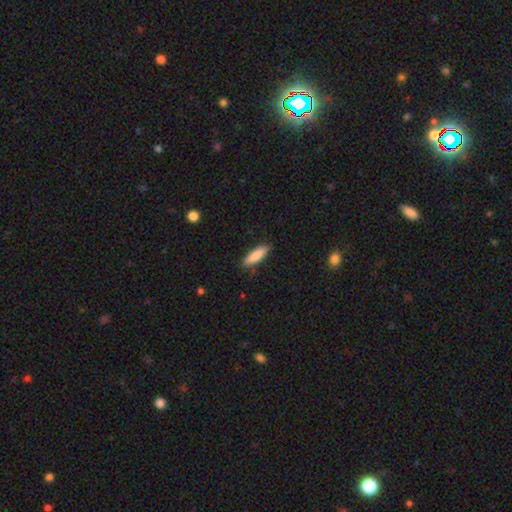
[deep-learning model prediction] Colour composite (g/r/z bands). It shows a smooth galaxy with no disk features (84%) that is cigar-shaped (57%). Merging: none (87%).